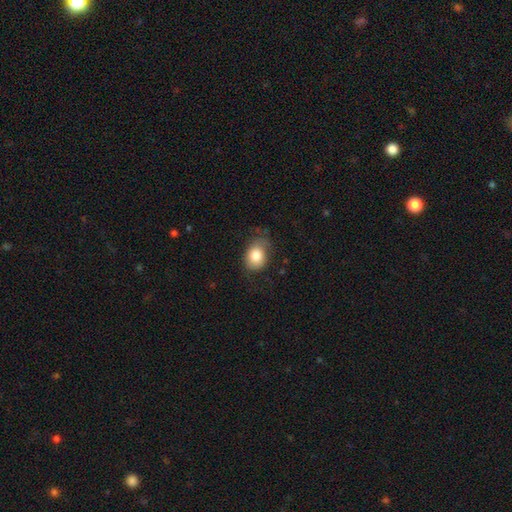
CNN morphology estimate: This is clearly a smooth galaxy (80%). How rounded: possibly in between (56%). Merging: likely none (61%).